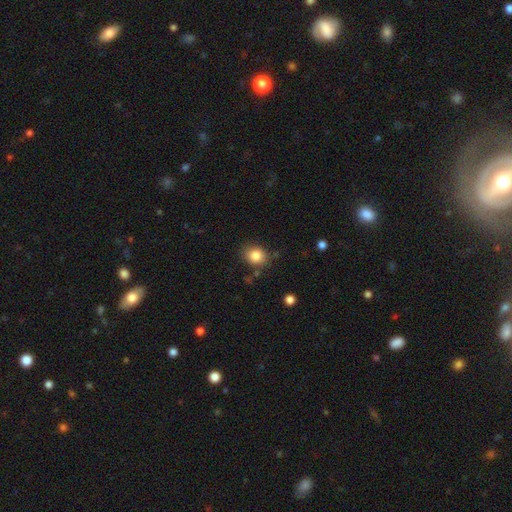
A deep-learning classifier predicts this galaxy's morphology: Smooth or featured: smooth — 84% (star or artifact — 10%)
How rounded: round — 59% (in between — 40%)
Merging: none — 80% (minor disturbance — 13%)